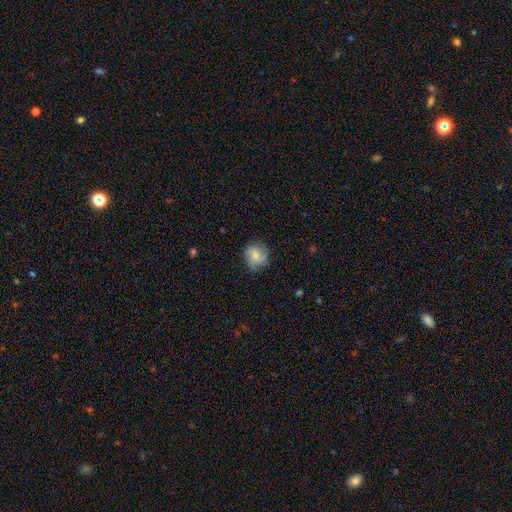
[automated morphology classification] A smooth galaxy with no disk features (60%) that is round (83%).

Vote fractions:
- Smooth or featured? smooth: 60% / featured or disk: 32% / star or artifact: 8%
- How rounded? round: 83% / in between: 15% / cigar-shaped: 1%
- Merging? none: 74% / minor disturbance: 20% / major disturbance: 5% / merger: 1%